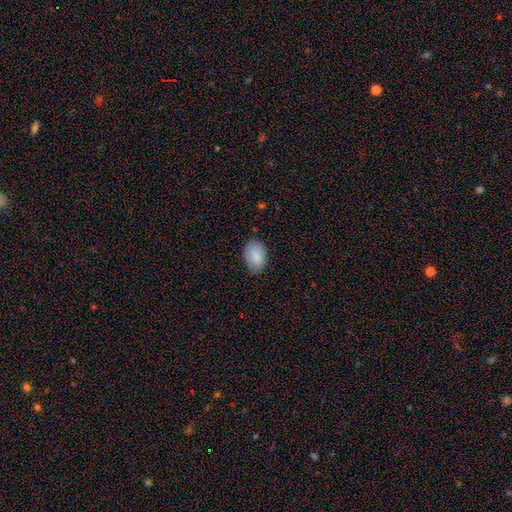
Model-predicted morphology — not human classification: The model was most divided on "merging": none: 80%, minor disturbance: 16%, major disturbance: 3%, merger: 1%. More confident: how rounded — in between (89%); smooth or featured — smooth (88%).